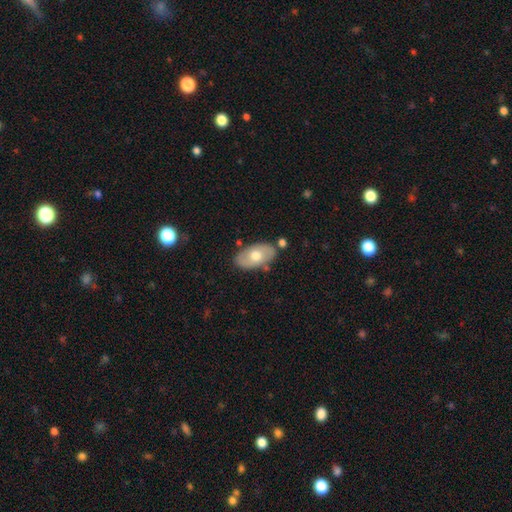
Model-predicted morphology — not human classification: smooth-or-featured: smooth: 59% | featured or disk: 36% | star or artifact: 6%
  how-rounded: in between: 93% | round: 5% | cigar-shaped: 2%
  merging: none: 77% | minor disturbance: 14% | merger: 6% | major disturbance: 3%